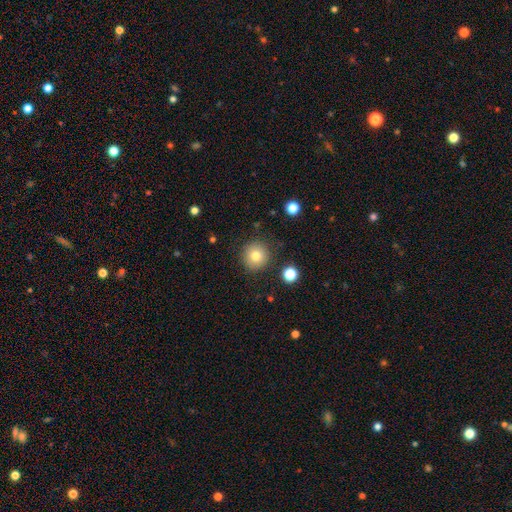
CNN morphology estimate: Overall: smooth (79%). How rounded: round (93%). Merging: none (88%).